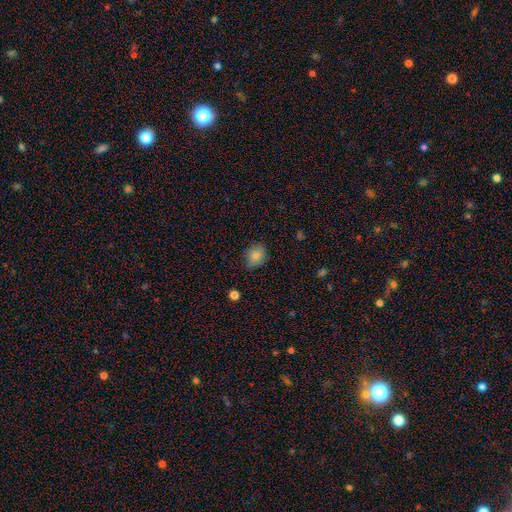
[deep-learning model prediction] Smooth or featured? Predicted: smooth (p=0.80). How rounded? Predicted: round (p=0.53). Merging? Predicted: none (p=0.68).